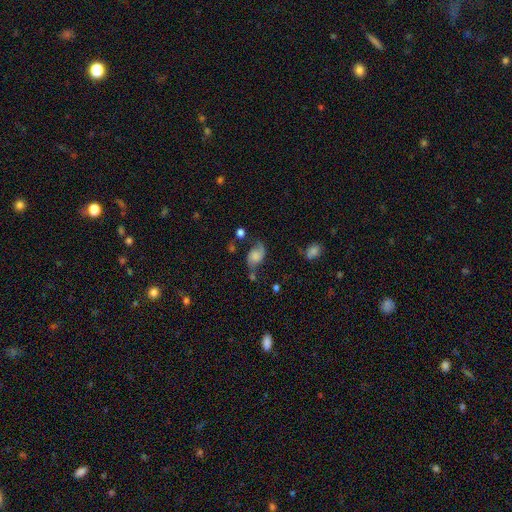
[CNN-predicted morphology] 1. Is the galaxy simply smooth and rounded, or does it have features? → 52% featured or disk, 37% smooth, 11% star or artifact.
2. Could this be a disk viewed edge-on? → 96% no, 4% yes.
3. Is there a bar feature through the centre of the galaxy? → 68% no, 26% weak, 5% strong.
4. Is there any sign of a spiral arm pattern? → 88% yes, 12% no.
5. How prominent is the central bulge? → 31% none, 23% moderate, 22% small, 19% large, 6% dominant.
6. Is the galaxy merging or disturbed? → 51% none, 27% minor disturbance, 15% major disturbance, 8% merger.